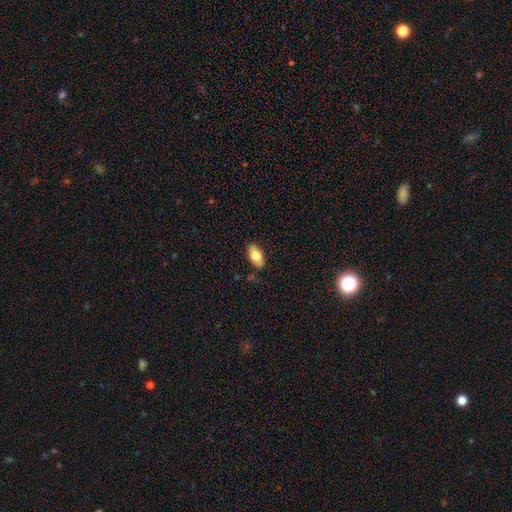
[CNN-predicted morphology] Smooth or featured: smooth — 80% (featured or disk — 13%)
How rounded: in between — 92% (cigar-shaped — 5%)
Merging: none — 85% (minor disturbance — 11%)